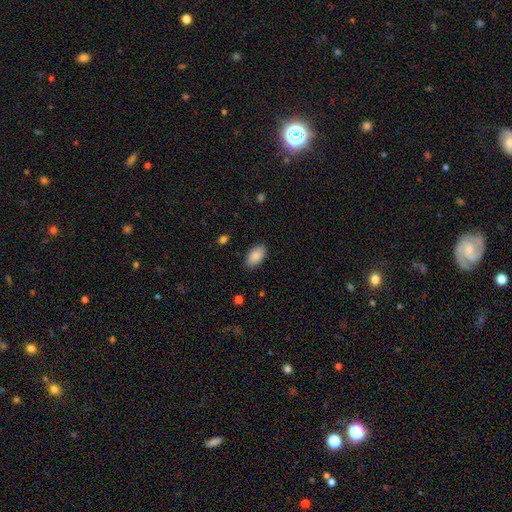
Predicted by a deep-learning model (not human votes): smooth 88%, star or artifact 7%, featured or disk 6%. Down the decision tree: how rounded — in between (95%); merging — none (86%).